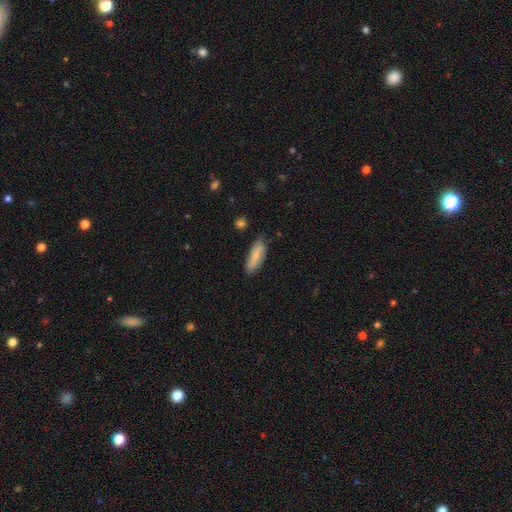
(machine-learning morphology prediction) Q: Smooth or featured?
A: smooth (80%); runner-up: featured or disk (14%)
Q: How rounded?
A: in between (59%); runner-up: cigar-shaped (39%)
Q: Merging?
A: none (76%); runner-up: minor disturbance (19%)